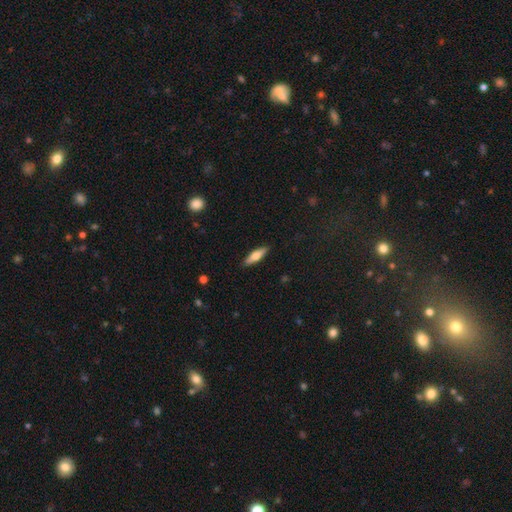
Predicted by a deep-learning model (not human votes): Smooth or featured?
  - smooth: 65% *
  - featured or disk: 29%
  - star or artifact: 6%
How rounded?
  - cigar-shaped: 64% *
  - in between: 34%
  - round: 2%
Merging?
  - none: 89% *
  - minor disturbance: 8%
  - major disturbance: 2%
  - merger: 1%